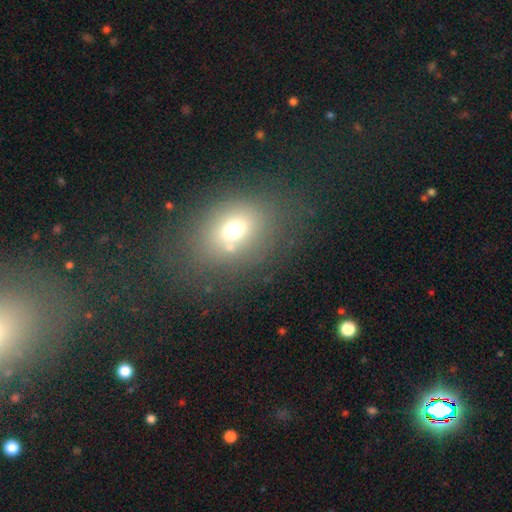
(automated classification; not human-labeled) Smooth or featured? Predicted: smooth (p=0.59). How rounded? Predicted: in between (p=0.62). Merging? Predicted: none (p=0.73).